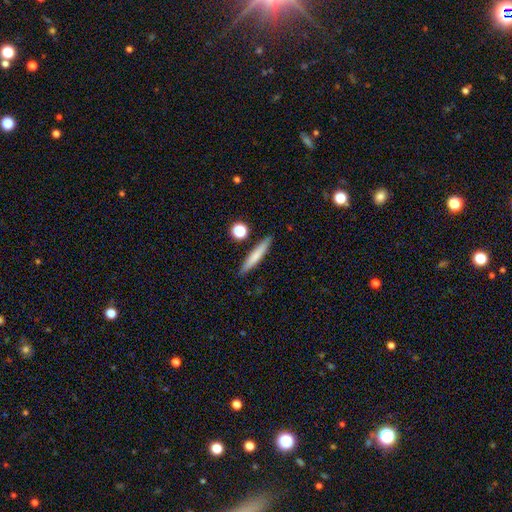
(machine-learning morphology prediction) This appears to be a smooth galaxy with no disk features (71%) that is cigar-shaped (93%). Merging: none (87%).